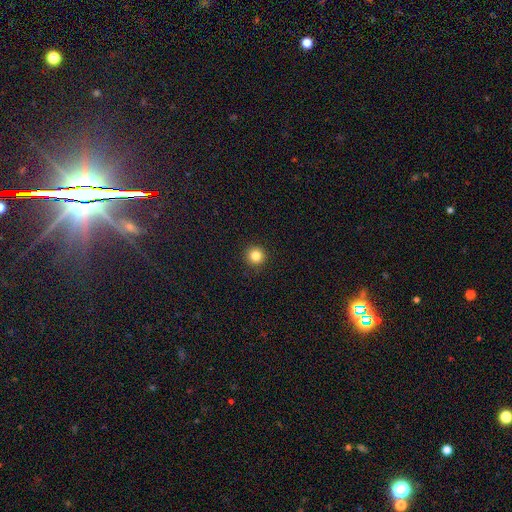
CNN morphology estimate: smooth 83%, star or artifact 12%, featured or disk 5%. Down the decision tree: how rounded — round (96%); merging — none (93%).